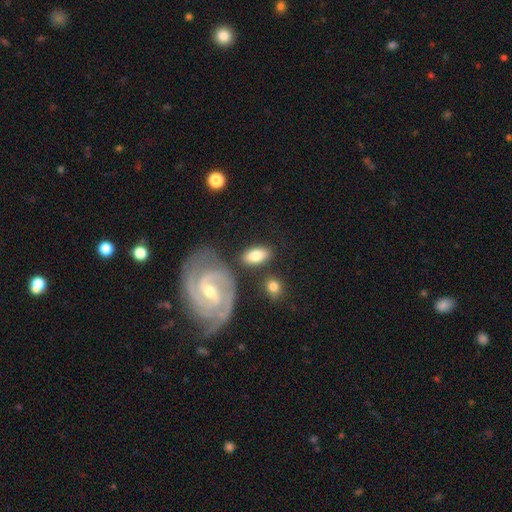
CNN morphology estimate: Smooth or featured: smooth — 70% (featured or disk — 25%)
How rounded: in between — 91% (round — 5%)
Merging: none — 74% (minor disturbance — 14%)